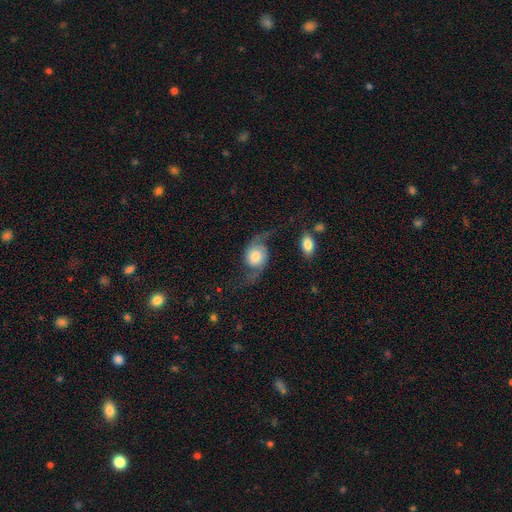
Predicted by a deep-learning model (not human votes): Smooth or featured? Predicted: featured or disk (p=0.75). Edge-on disk? Predicted: no (p=0.95). Bar? Predicted: no (p=0.71). Spiral arms? Predicted: yes (p=0.94). Spiral winding? Predicted: loose (p=0.80). Spiral arm count? Predicted: 2 (p=0.93). Bulge size? Predicted: large (p=0.38). Merging? Predicted: none (p=0.57).